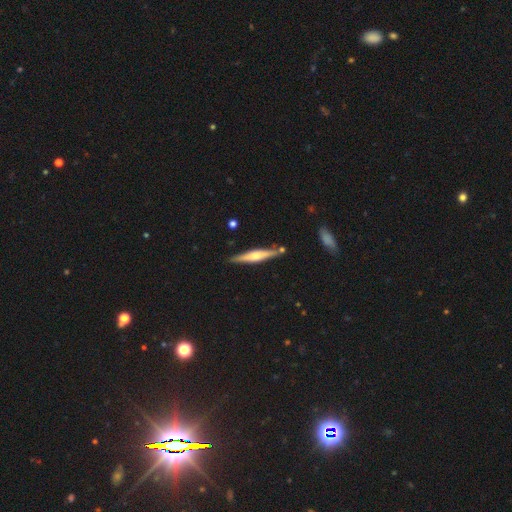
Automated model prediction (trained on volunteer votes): A featured or disk galaxy (60%) viewed edge-on (96%) with a rounded central bulge (81%).

Vote fractions:
- Smooth or featured? featured or disk: 60% / smooth: 35% / star or artifact: 6%
- Edge-on disk? yes: 96% / no: 4%
- Edge-on bulge? rounded: 81% / boxy: 10% / none: 9%
- Merging? none: 83% / minor disturbance: 10% / merger: 5% / major disturbance: 2%